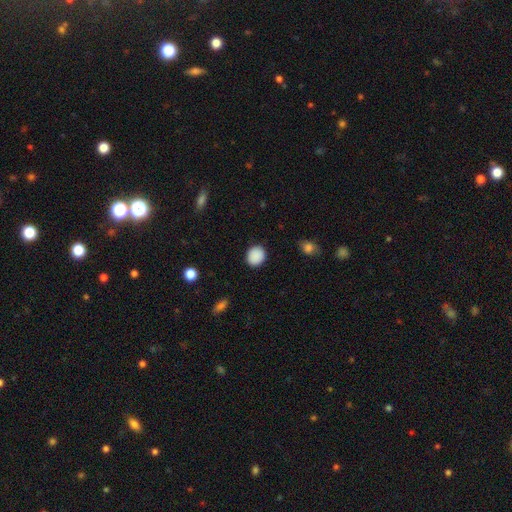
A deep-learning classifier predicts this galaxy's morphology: Q: Smooth or featured?
A: smooth (89%); runner-up: star or artifact (8%)
Q: How rounded?
A: round (75%); runner-up: in between (24%)
Q: Merging?
A: none (90%); runner-up: minor disturbance (7%)